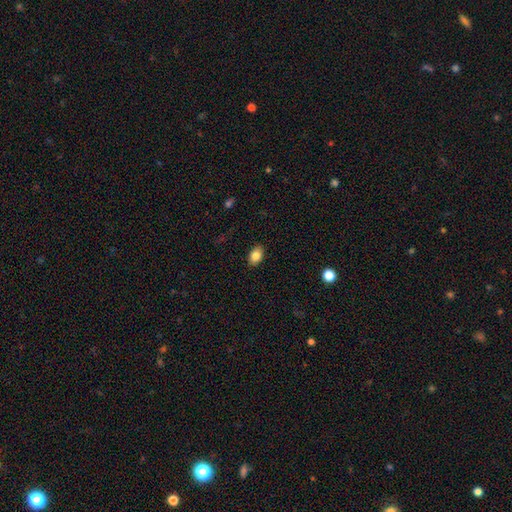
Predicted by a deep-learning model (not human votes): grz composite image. It shows a smooth galaxy with no disk features (84%) that is in between round and cigar-shaped (85%). Merging: none (88%).